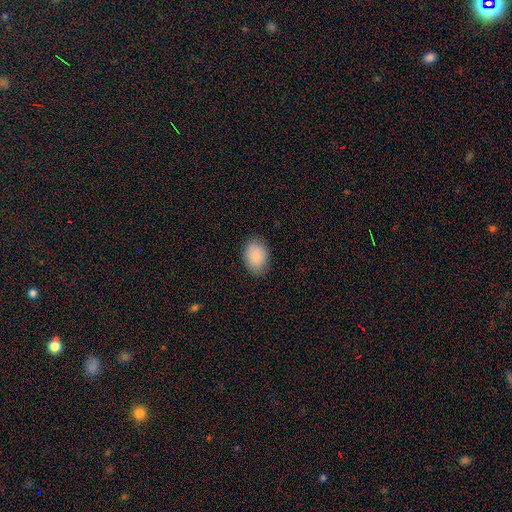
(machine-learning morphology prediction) A smooth galaxy with no disk features (88%) that is in between round and cigar-shaped (77%).

Vote fractions:
- Smooth or featured? smooth: 88% / star or artifact: 7% / featured or disk: 5%
- How rounded? in between: 77% / round: 22% / cigar-shaped: 1%
- Merging? none: 83% / minor disturbance: 13% / major disturbance: 3% / merger: 1%